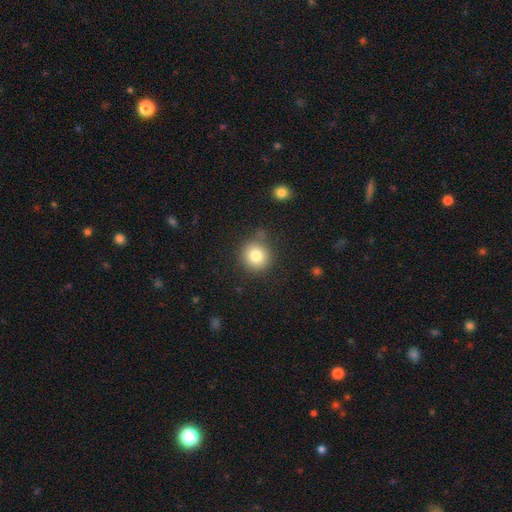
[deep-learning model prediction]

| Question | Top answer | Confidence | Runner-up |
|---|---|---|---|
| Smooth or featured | smooth | 80% | star or artifact (11%) |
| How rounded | round | 92% | in between (7%) |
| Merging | none | 80% | minor disturbance (12%) |